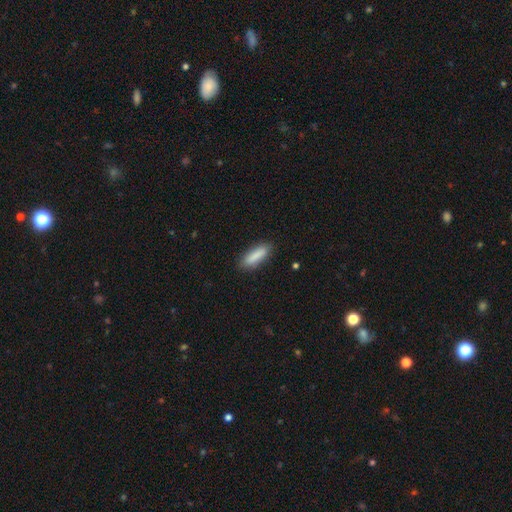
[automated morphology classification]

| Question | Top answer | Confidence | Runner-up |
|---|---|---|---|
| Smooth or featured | smooth | 86% | featured or disk (8%) |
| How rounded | cigar-shaped | 54% | in between (44%) |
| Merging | none | 85% | minor disturbance (12%) |